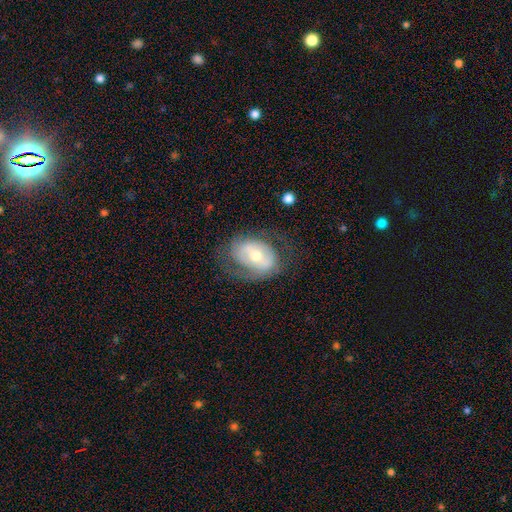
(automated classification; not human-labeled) Smooth or featured? featured or disk (60%)
Edge-on disk? no (94%)
Bar? no (41%)
Spiral arms? yes (55%)
Bulge size? moderate (61%)
Merging? none (61%)